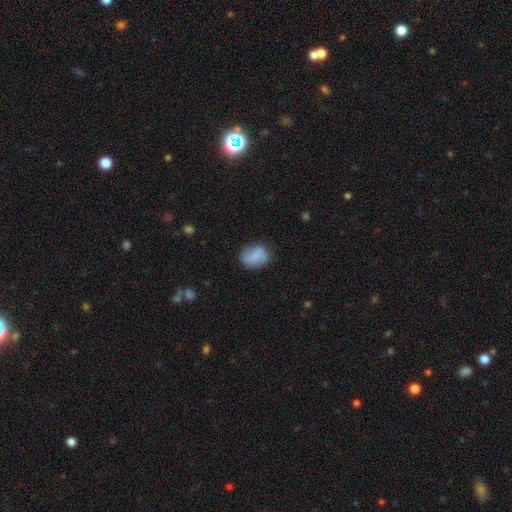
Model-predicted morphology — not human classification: Q: Smooth or featured?
A: smooth (70%); runner-up: featured or disk (22%)
Q: How rounded?
A: in between (57%); runner-up: round (41%)
Q: Merging?
A: none (67%); runner-up: minor disturbance (23%)